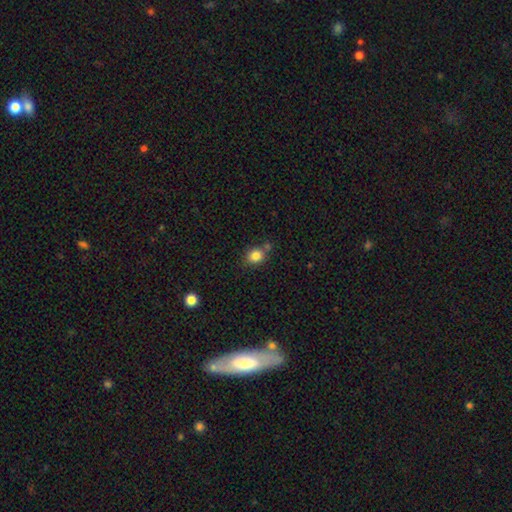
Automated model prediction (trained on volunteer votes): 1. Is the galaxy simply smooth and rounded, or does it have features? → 83% smooth, 11% star or artifact, 7% featured or disk.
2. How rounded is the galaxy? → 65% round, 34% in between, 1% cigar-shaped.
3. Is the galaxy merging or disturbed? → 66% none, 15% minor disturbance, 14% merger, 4% major disturbance.